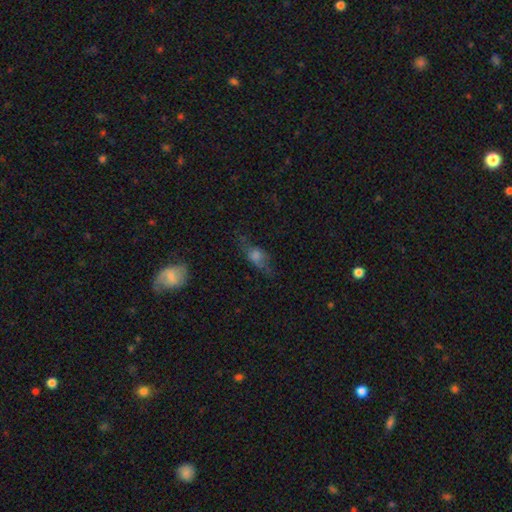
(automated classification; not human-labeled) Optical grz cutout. It shows a smooth galaxy with no disk features (46%). Merging: none (62%).